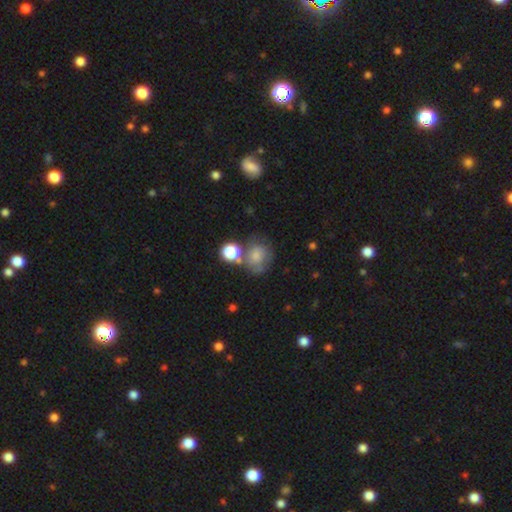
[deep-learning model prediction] smooth-or-featured: smooth: 66% | featured or disk: 21% | star or artifact: 13%
  how-rounded: round: 68% | in between: 31% | cigar-shaped: 1%
  merging: none: 47% | minor disturbance: 21% | merger: 19% | major disturbance: 13%